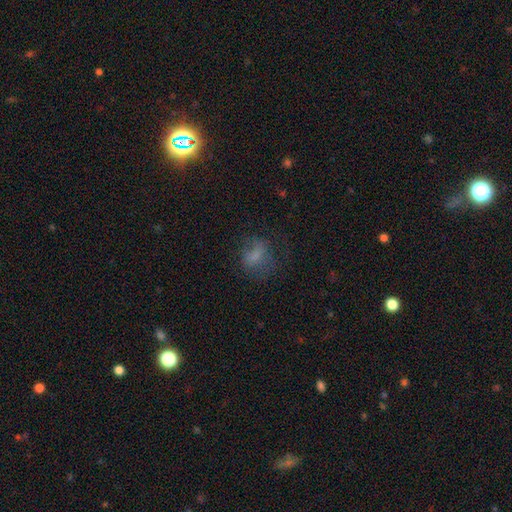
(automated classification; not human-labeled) The model was most divided on "how rounded": in between: 51%, round: 47%, cigar-shaped: 2%. Remaining: smooth or featured — smooth (63%); merging — none (50%).